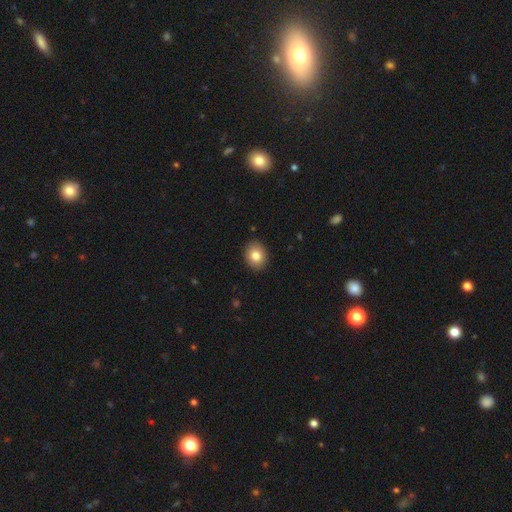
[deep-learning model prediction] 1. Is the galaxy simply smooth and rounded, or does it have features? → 82% smooth, 9% star or artifact, 9% featured or disk.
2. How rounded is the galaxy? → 58% round, 41% in between, 1% cigar-shaped.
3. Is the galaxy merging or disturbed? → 90% none, 7% minor disturbance, 2% major disturbance, 1% merger.